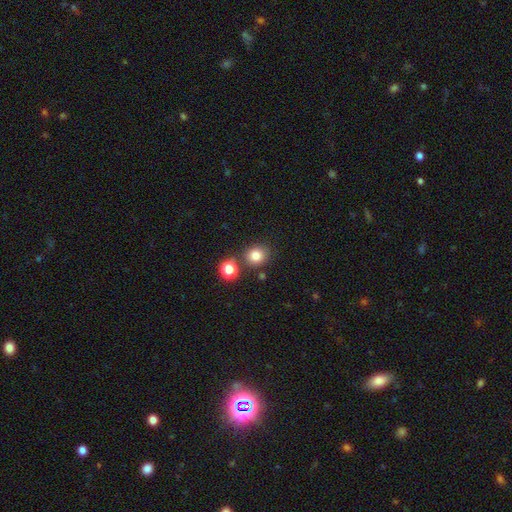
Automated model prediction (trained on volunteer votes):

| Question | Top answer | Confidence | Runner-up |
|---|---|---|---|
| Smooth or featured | smooth | 80% | star or artifact (13%) |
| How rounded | round | 82% | in between (17%) |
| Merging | none | 77% | merger (11%) |